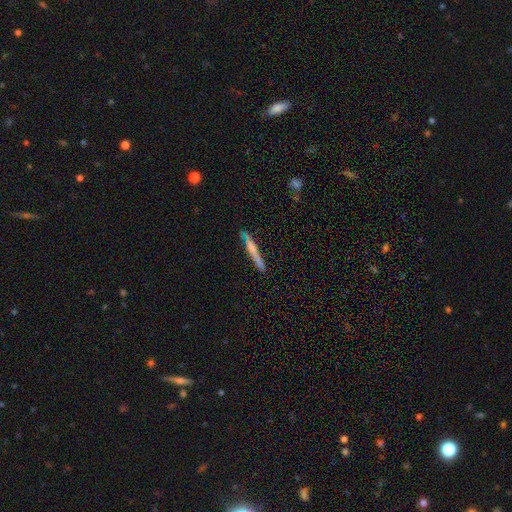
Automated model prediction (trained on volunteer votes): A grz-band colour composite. It shows a featured or disk galaxy (57%) viewed edge-on (96%) with a rounded central bulge (55%). Merging: none (85%).